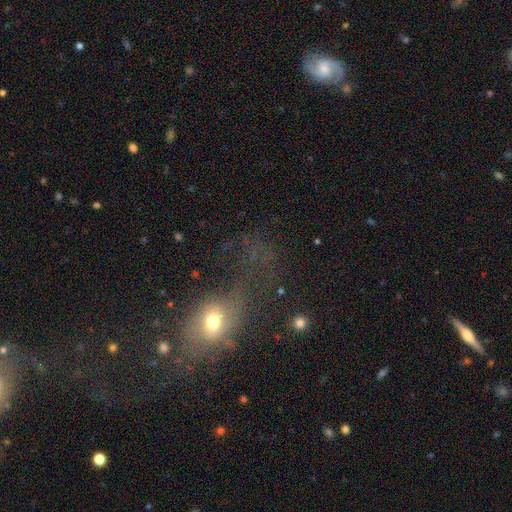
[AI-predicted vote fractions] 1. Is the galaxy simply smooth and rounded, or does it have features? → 50% smooth, 26% star or artifact, 24% featured or disk.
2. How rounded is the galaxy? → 56% in between, 38% round, 6% cigar-shaped.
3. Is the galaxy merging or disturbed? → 38% major disturbance, 36% none, 18% minor disturbance, 7% merger.